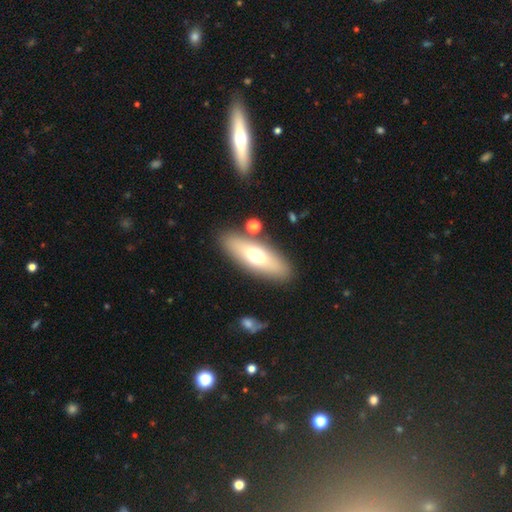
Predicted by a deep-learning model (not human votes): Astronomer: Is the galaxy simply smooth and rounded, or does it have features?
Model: smooth — 60%.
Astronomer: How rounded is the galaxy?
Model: in between — 60% (runner-up: cigar-shaped, 37%).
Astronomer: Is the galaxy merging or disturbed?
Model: none — 83%.